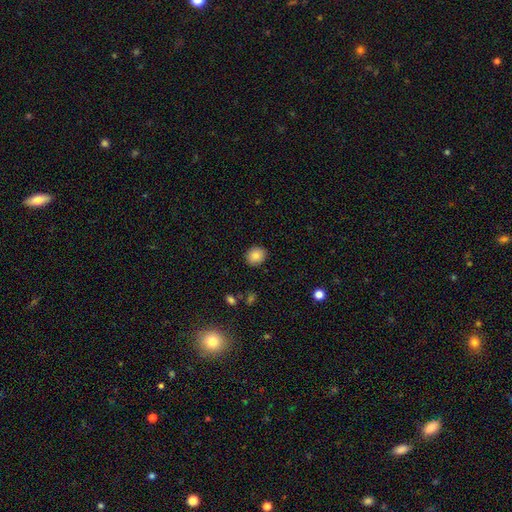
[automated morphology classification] This is clearly a smooth galaxy (87%). How rounded: likely round (71%). Merging: clearly none (90%).